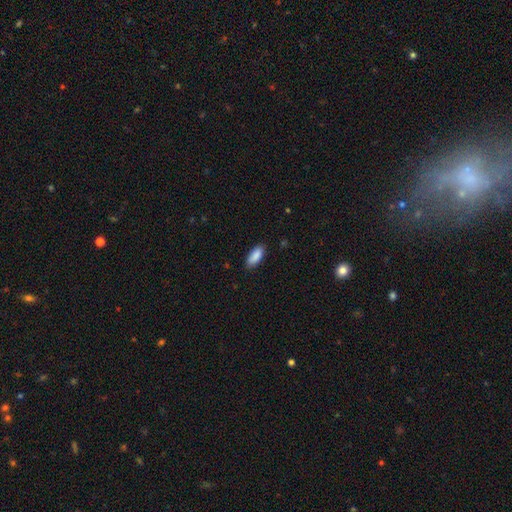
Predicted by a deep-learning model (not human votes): Smooth or featured: smooth — 89% (star or artifact — 6%)
How rounded: in between — 79% (cigar-shaped — 19%)
Merging: none — 85% (minor disturbance — 11%)